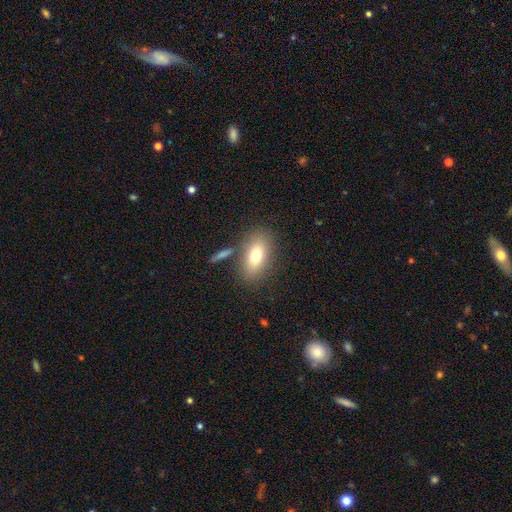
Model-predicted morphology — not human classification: type=smooth (74%); roundness=in between (86%); merging=none (75%).